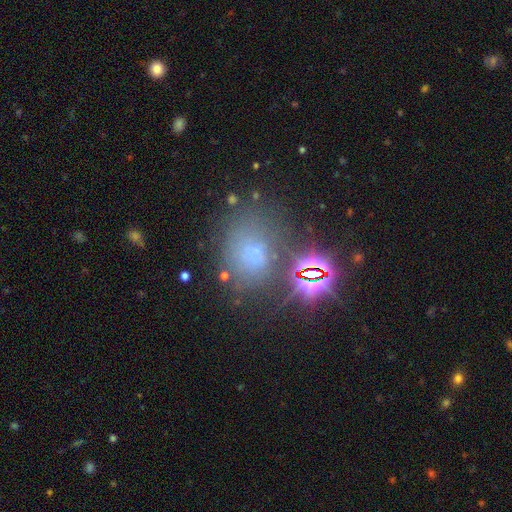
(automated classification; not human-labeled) Overall: smooth (44%; star or artifact 43%). Merging: none (67%).